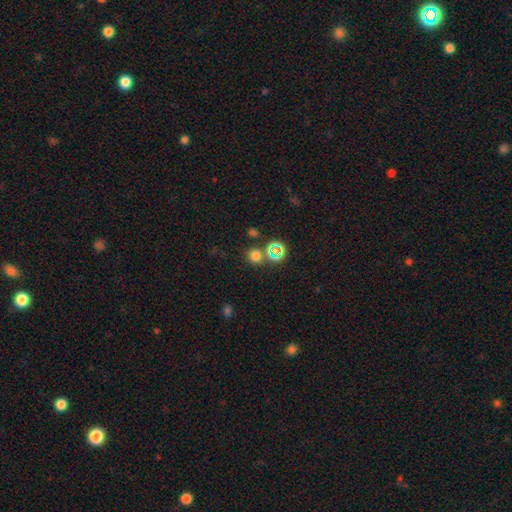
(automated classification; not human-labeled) A smooth galaxy with no disk features (66%) that is round (88%). Merging: none (75%).